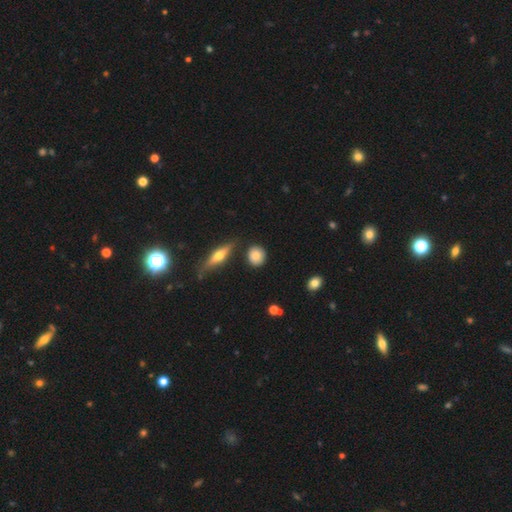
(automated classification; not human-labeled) Smooth or featured?
  - smooth: 81% *
  - featured or disk: 11%
  - star or artifact: 8%
How rounded?
  - round: 77% *
  - in between: 20%
  - cigar-shaped: 3%
Merging?
  - none: 83% *
  - minor disturbance: 11%
  - merger: 3%
  - major disturbance: 3%